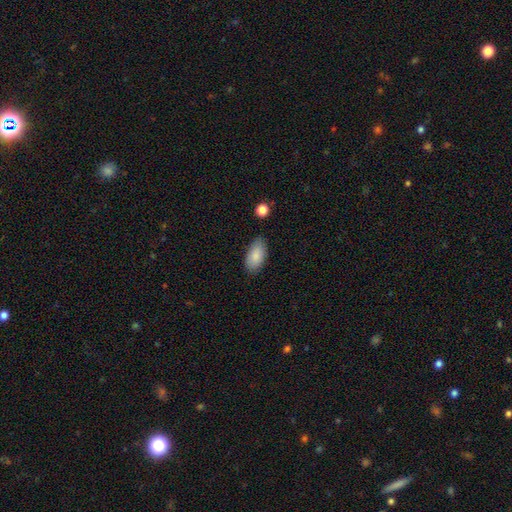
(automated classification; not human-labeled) Morphology: type=smooth (87%); roundness=in between (93%); merging=none (80%).